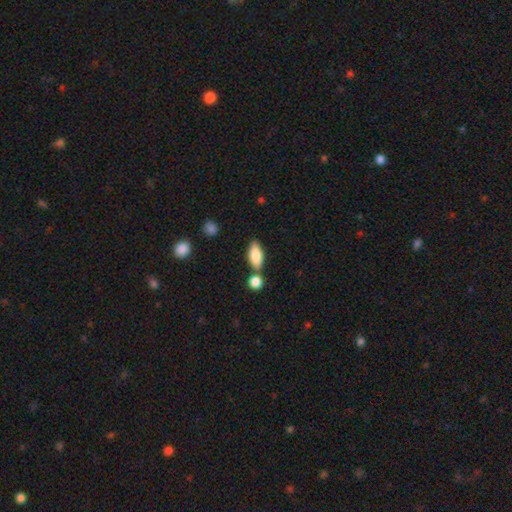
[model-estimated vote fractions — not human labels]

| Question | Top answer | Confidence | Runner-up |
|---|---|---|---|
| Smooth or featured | smooth | 81% | featured or disk (12%) |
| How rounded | in between | 80% | cigar-shaped (15%) |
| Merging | none | 65% | merger (20%) |